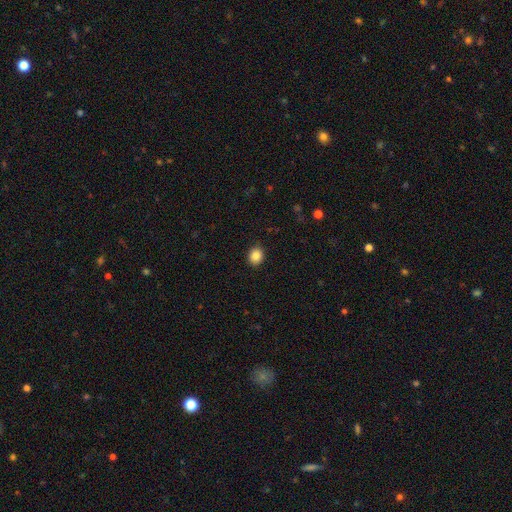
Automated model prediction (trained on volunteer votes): A smooth galaxy with no disk features (86%) that is round (68%). Merging: none (90%).